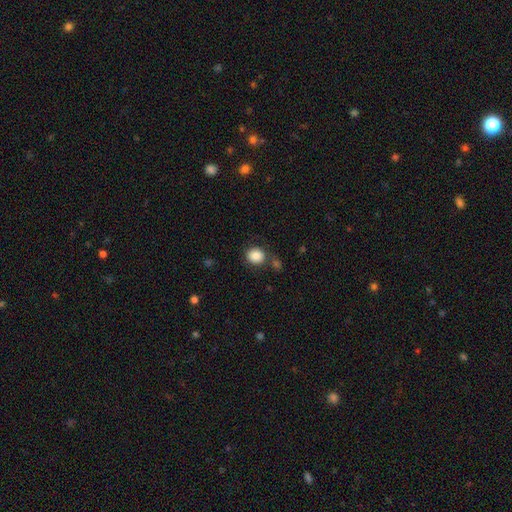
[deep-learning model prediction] Morphology: type=smooth (87%); roundness=round (78%); merging=none (74%).